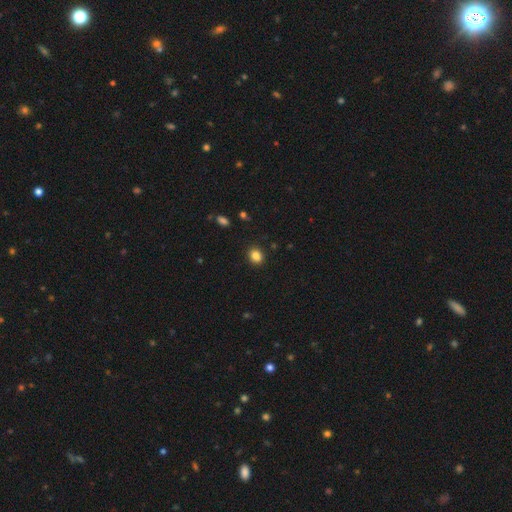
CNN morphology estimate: Smooth or featured?
  - smooth: 85% *
  - star or artifact: 11%
  - featured or disk: 4%
How rounded?
  - round: 56% *
  - in between: 43%
  - cigar-shaped: 1%
Merging?
  - none: 89% *
  - minor disturbance: 8%
  - major disturbance: 2%
  - merger: 1%